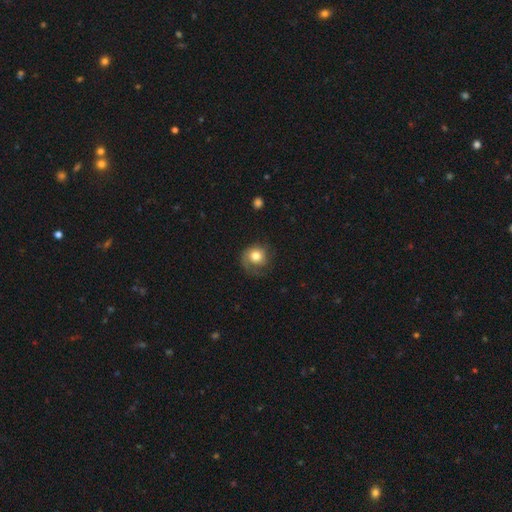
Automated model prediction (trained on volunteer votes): Smooth or featured? Predicted: smooth (p=0.63). How rounded? Predicted: round (p=0.83). Merging? Predicted: none (p=0.53).